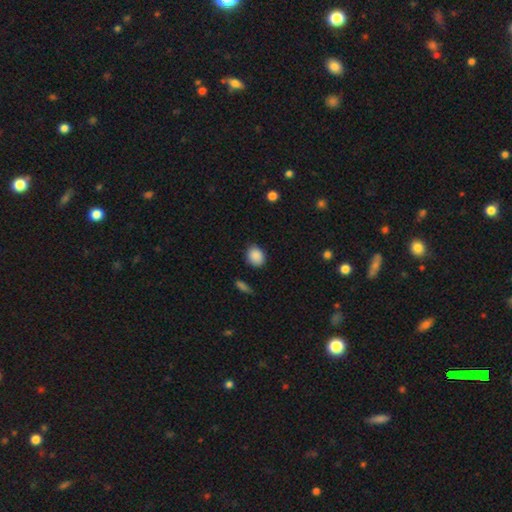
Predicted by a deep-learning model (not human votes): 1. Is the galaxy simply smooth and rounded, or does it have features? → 88% smooth, 8% star or artifact, 4% featured or disk.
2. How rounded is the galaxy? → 50% round, 49% in between, 1% cigar-shaped.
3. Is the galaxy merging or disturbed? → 80% none, 15% minor disturbance, 3% major disturbance, 2% merger.